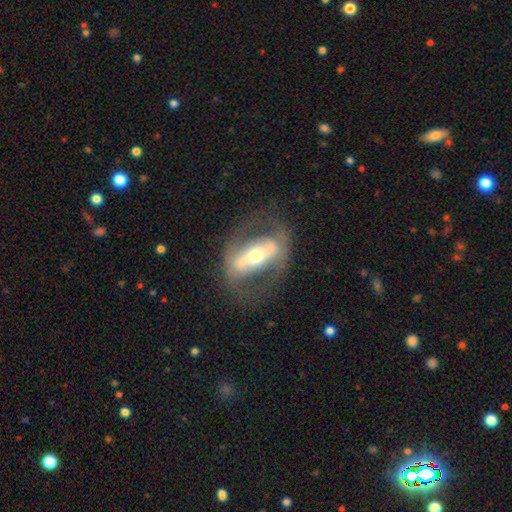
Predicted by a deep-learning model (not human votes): smooth_or_featured: featured or disk (p=0.74) [alt: smooth p=0.20]
disk_edge_on: no (p=0.82) [alt: yes p=0.18]
bar: strong (p=0.64) [alt: no p=0.20]
has_spiral_arms: no (p=0.56) [alt: yes p=0.44]
bulge_size: moderate (p=0.58) [alt: small p=0.31]
merging: none (p=0.69) [alt: minor disturbance p=0.15]